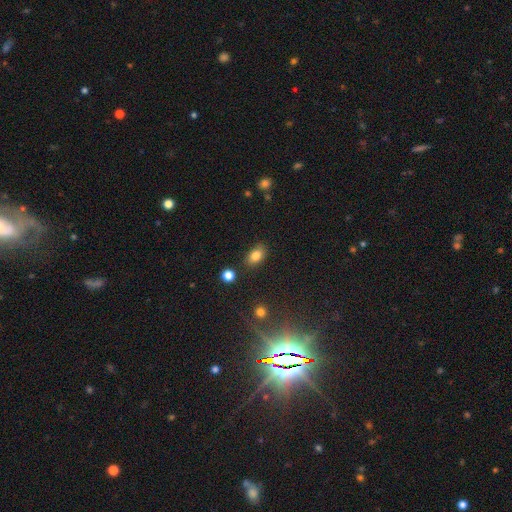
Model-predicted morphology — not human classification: Smooth or featured: smooth — 83% (star or artifact — 10%)
How rounded: in between — 84% (round — 14%)
Merging: none — 82% (minor disturbance — 12%)